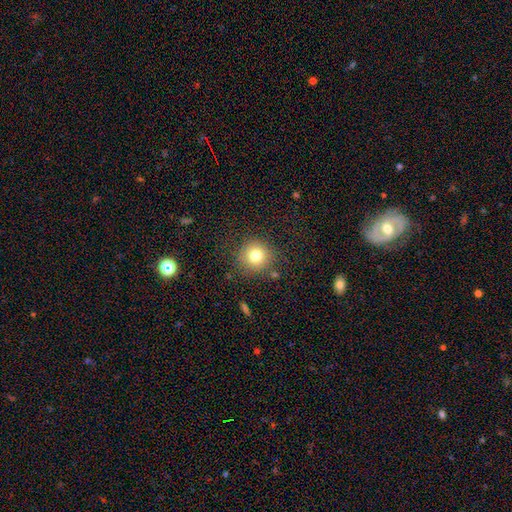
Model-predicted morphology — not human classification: Smooth or featured? smooth (79%)
How rounded? round (93%)
Merging? none (84%)